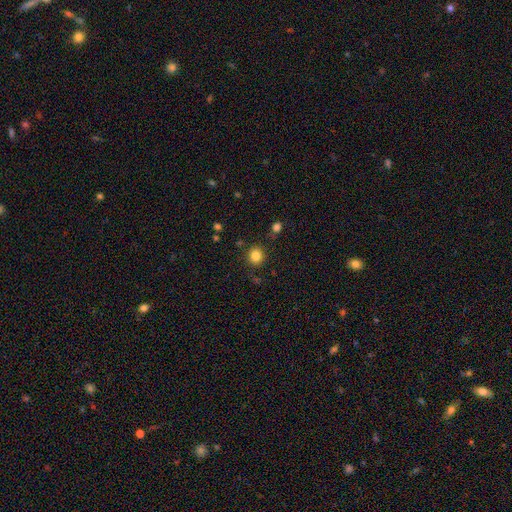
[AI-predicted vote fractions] A smooth galaxy with no disk features (83%) that is round (88%).

Vote fractions:
- Smooth or featured? smooth: 83% / star or artifact: 12% / featured or disk: 5%
- How rounded? round: 88% / in between: 11% / cigar-shaped: 1%
- Merging? none: 88% / minor disturbance: 7% / merger: 3% / major disturbance: 2%